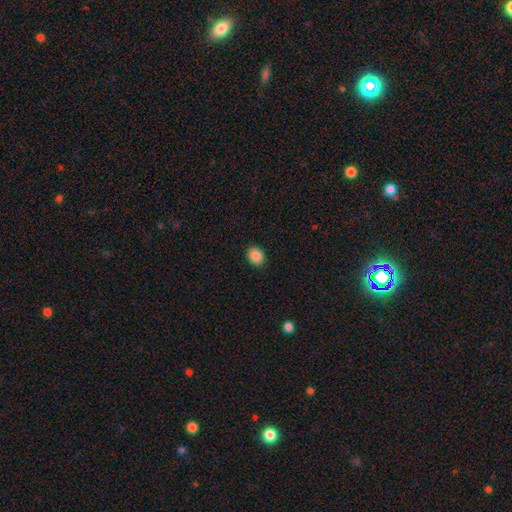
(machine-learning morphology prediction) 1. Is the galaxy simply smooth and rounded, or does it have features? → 87% smooth, 9% star or artifact, 4% featured or disk.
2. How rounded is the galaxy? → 56% in between, 43% round, 1% cigar-shaped.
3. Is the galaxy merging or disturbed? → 90% none, 7% minor disturbance, 2% major disturbance, 1% merger.